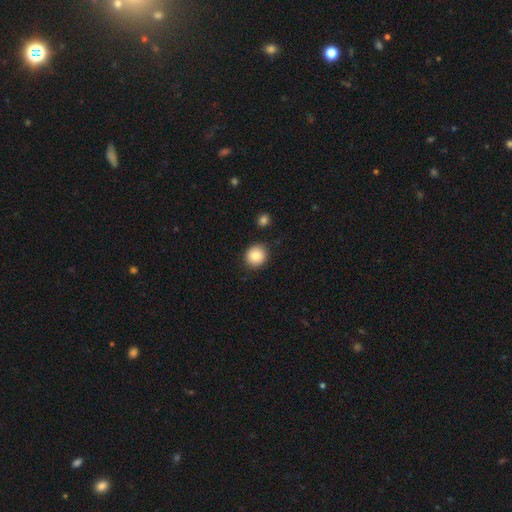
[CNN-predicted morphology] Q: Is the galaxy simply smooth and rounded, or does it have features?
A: smooth — 86%.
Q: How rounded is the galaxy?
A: round — 89%.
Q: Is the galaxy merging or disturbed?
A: none — 88%.